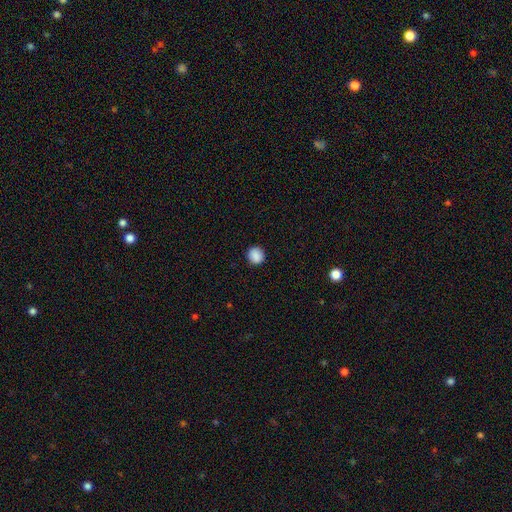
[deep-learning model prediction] Smooth or featured?
  - smooth: 89% *
  - star or artifact: 9%
  - featured or disk: 3%
How rounded?
  - round: 92% *
  - in between: 7%
  - cigar-shaped: 1%
Merging?
  - none: 91% *
  - minor disturbance: 6%
  - major disturbance: 2%
  - merger: 1%